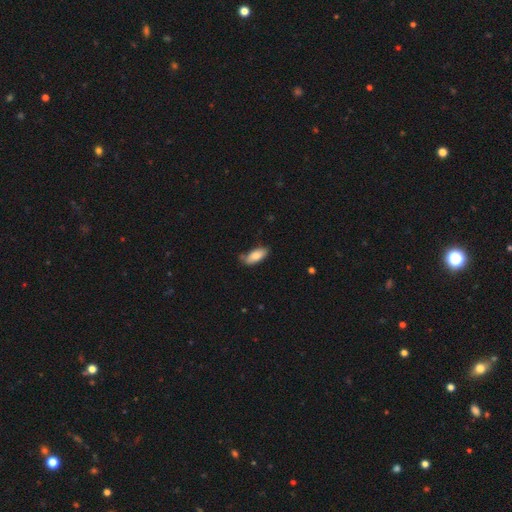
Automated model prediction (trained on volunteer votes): Smooth or featured: smooth — 81% (featured or disk — 12%)
How rounded: in between — 83% (cigar-shaped — 15%)
Merging: none — 65% (minor disturbance — 26%)